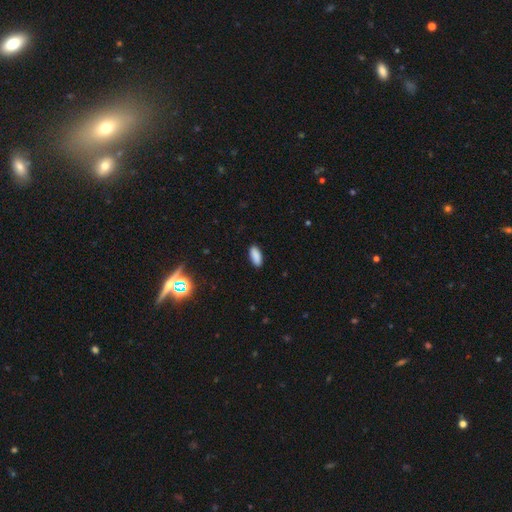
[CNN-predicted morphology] smooth 89%, star or artifact 8%, featured or disk 3%. Down the decision tree: how rounded — in between (87%); merging — none (89%).